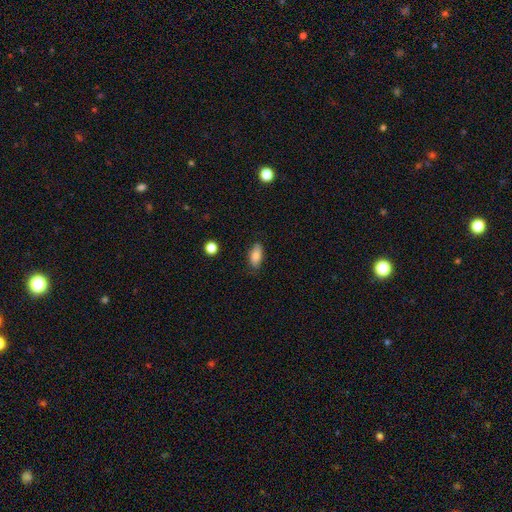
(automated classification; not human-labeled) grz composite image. It shows a smooth galaxy with no disk features (84%) that is in between round and cigar-shaped (87%). Merging: none (82%).